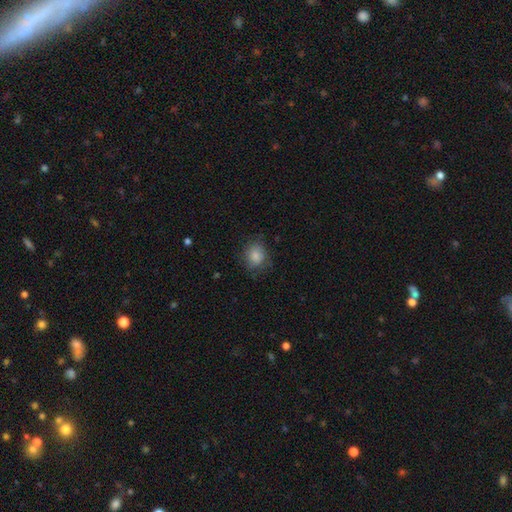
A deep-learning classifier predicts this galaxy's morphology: Smooth or featured?
  - smooth: 83% *
  - featured or disk: 9%
  - star or artifact: 8%
How rounded?
  - round: 68% *
  - in between: 31%
  - cigar-shaped: 1%
Merging?
  - none: 71% *
  - minor disturbance: 21%
  - major disturbance: 7%
  - merger: 1%